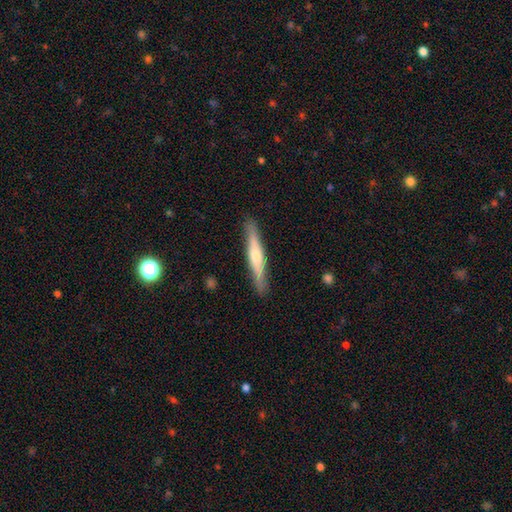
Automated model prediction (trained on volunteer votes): The model was most divided on "smooth or featured": featured or disk: 56%, smooth: 38%, star or artifact: 6%. More confident: edge-on disk — yes (94%); merging — none (88%); edge-on bulge — rounded (81%).